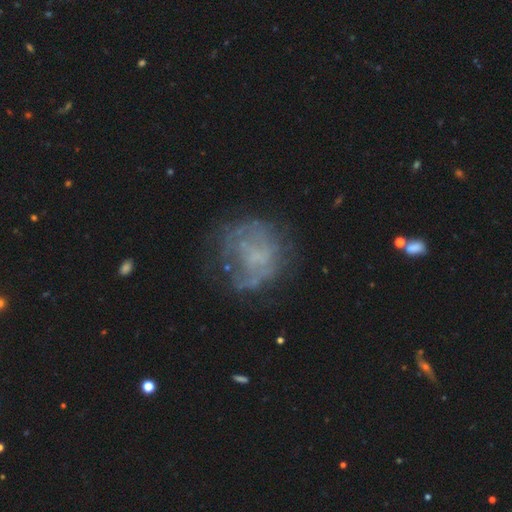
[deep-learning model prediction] Q: Smooth or featured?
A: featured or disk (58%); runner-up: smooth (27%)
Q: Edge-on disk?
A: no (98%); runner-up: yes (2%)
Q: Bar?
A: no (79%); runner-up: weak (17%)
Q: Spiral arms?
A: no (70%); runner-up: yes (30%)
Q: Bulge size?
A: none (62%); runner-up: small (23%)
Q: Merging?
A: none (57%); runner-up: major disturbance (21%)